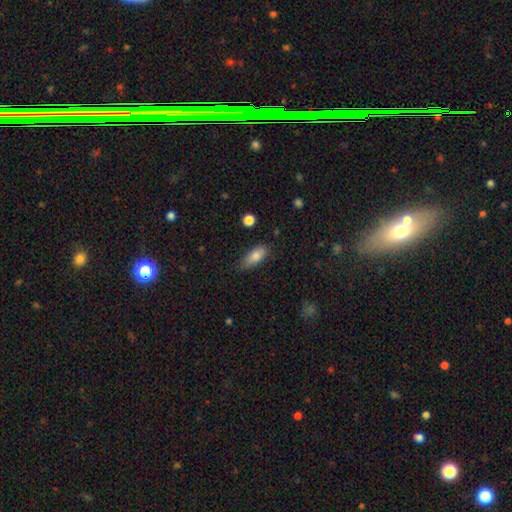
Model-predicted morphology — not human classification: Smooth or featured?
  - smooth: 81% *
  - featured or disk: 11%
  - star or artifact: 7%
How rounded?
  - in between: 80% *
  - cigar-shaped: 17%
  - round: 3%
Merging?
  - none: 72% *
  - minor disturbance: 22%
  - major disturbance: 4%
  - merger: 2%